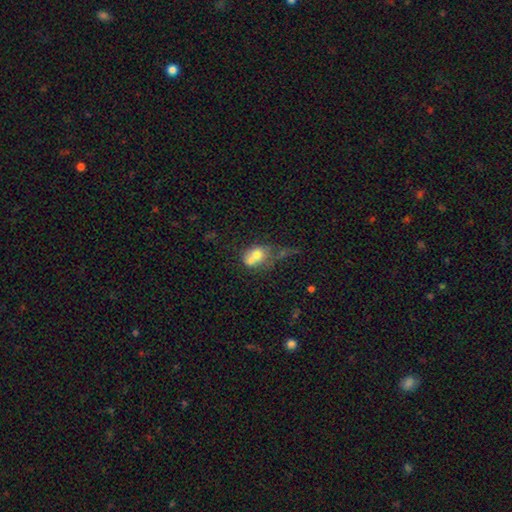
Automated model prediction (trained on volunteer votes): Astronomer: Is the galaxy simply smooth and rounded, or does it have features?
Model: smooth — 65%.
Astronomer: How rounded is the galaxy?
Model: in between — 57% (runner-up: round, 41%).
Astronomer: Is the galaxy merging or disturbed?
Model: merger — 55%.